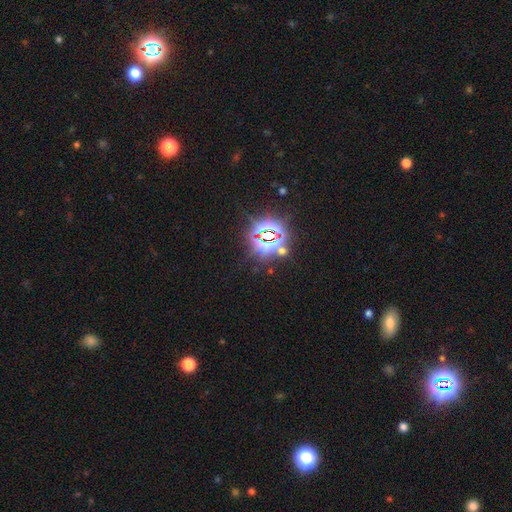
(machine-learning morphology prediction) The model was most divided on "smooth or featured": star or artifact: 82%, smooth: 11%, featured or disk: 7%.